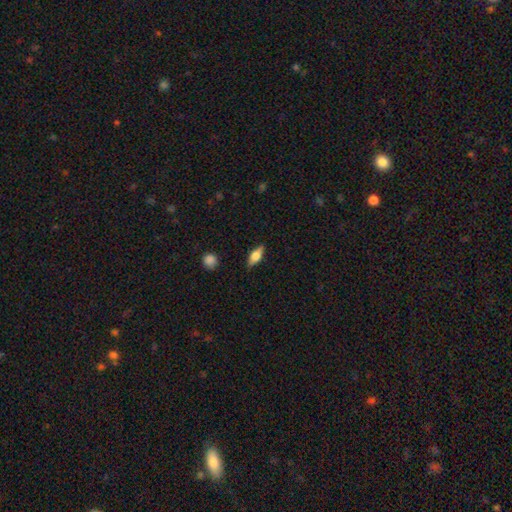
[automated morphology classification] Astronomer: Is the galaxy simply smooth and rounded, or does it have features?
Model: smooth — 61%.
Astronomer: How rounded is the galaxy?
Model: in between — 71%.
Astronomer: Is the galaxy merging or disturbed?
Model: none — 86%.